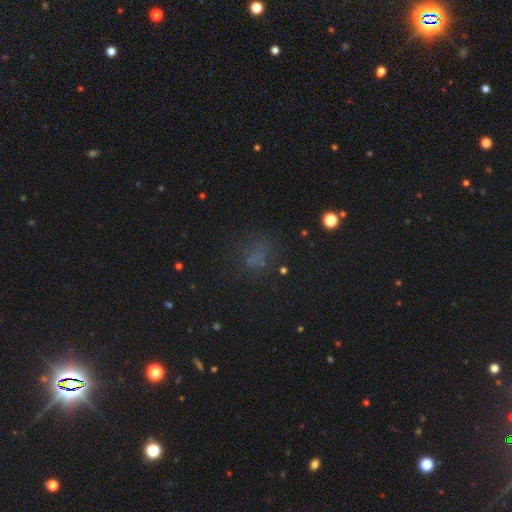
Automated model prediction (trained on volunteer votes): This appears to be a smooth galaxy with no disk features (50%) that is round (50%). Merging: none (61%).